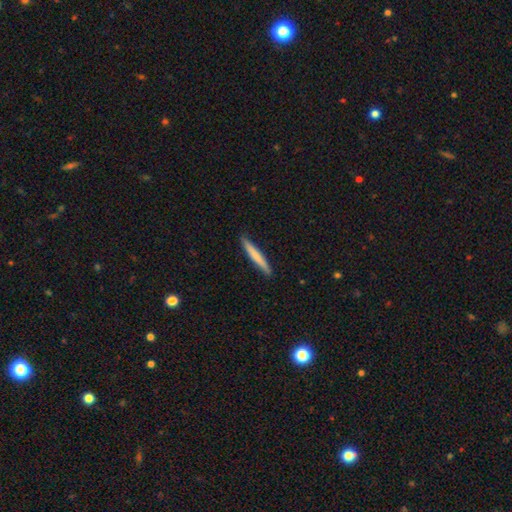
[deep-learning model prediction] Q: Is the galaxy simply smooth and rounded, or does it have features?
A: smooth — 69%.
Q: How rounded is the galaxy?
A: cigar-shaped — 96%.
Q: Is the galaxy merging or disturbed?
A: none — 90%.